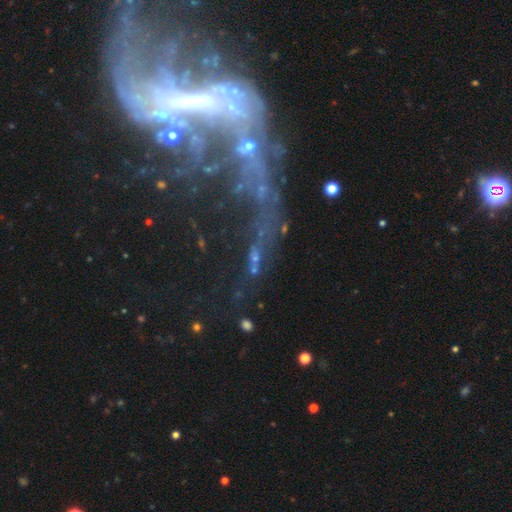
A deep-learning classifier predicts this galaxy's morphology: smooth-or-featured: featured or disk: 48% | star or artifact: 32% | smooth: 20%
  merging: none: 36% | major disturbance: 30% | merger: 19% | minor disturbance: 15%